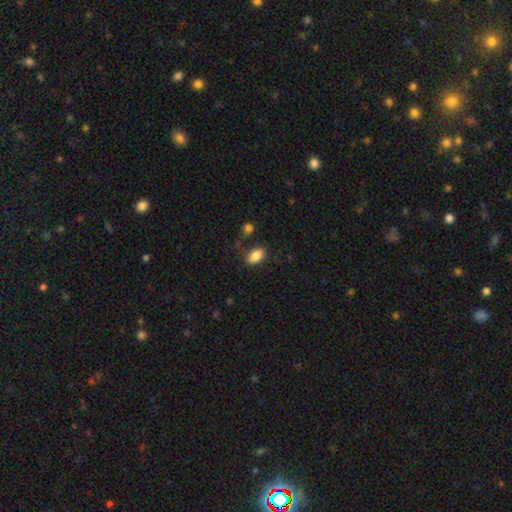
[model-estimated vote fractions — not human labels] Smooth or featured? smooth (86%)
How rounded? in between (90%)
Merging? none (76%)